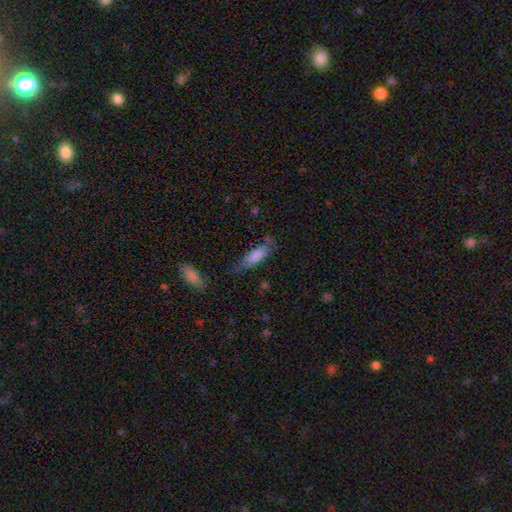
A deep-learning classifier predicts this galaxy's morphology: smooth-or-featured: smooth: 80% | featured or disk: 13% | star or artifact: 7%
  how-rounded: in between: 57% | cigar-shaped: 41% | round: 2%
  merging: none: 58% | minor disturbance: 28% | major disturbance: 9% | merger: 4%